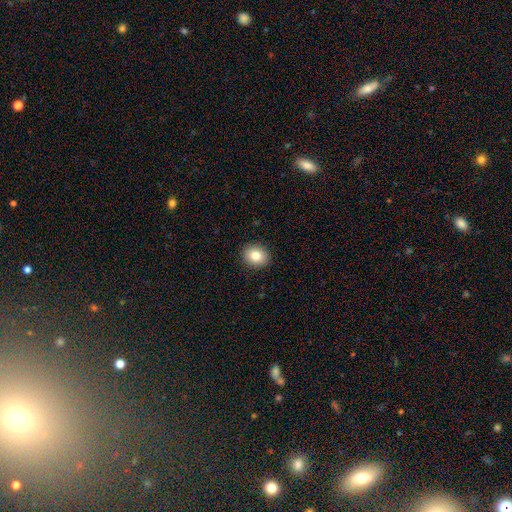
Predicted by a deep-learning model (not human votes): A smooth galaxy with no disk features (83%) that is round (61%).

Vote fractions:
- Smooth or featured? smooth: 83% / star or artifact: 9% / featured or disk: 8%
- How rounded? round: 61% / in between: 39% / cigar-shaped: 1%
- Merging? none: 91% / minor disturbance: 7% / major disturbance: 2% / merger: 1%